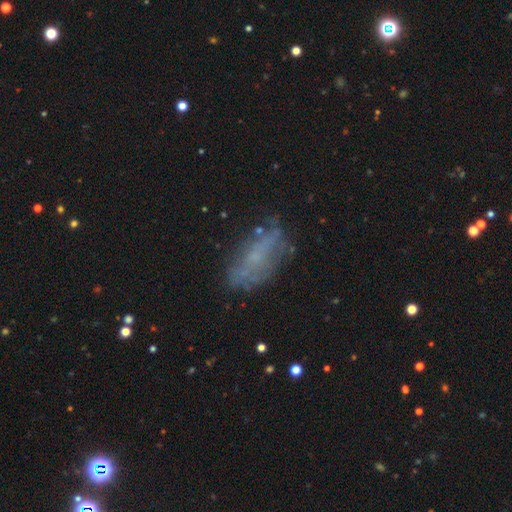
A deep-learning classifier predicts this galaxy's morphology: type=smooth (43%); merging=none (62%).